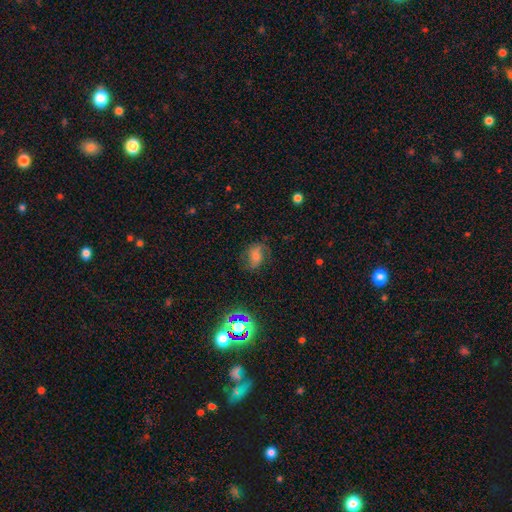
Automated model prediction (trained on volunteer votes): Morphology: type=featured or disk (42%); merging=none (62%).